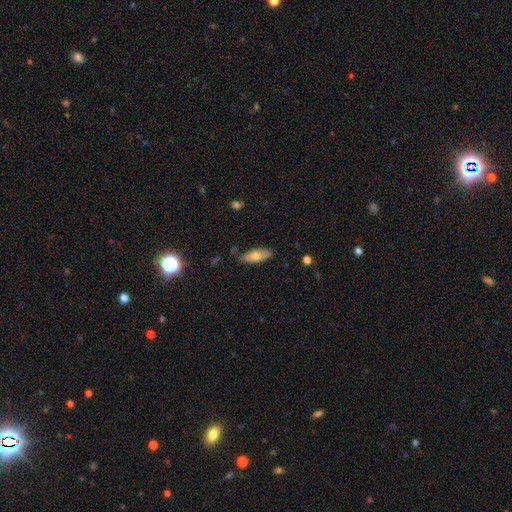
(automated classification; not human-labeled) A smooth galaxy with no disk features (71%) that is in between round and cigar-shaped (65%). Merging: none (82%).